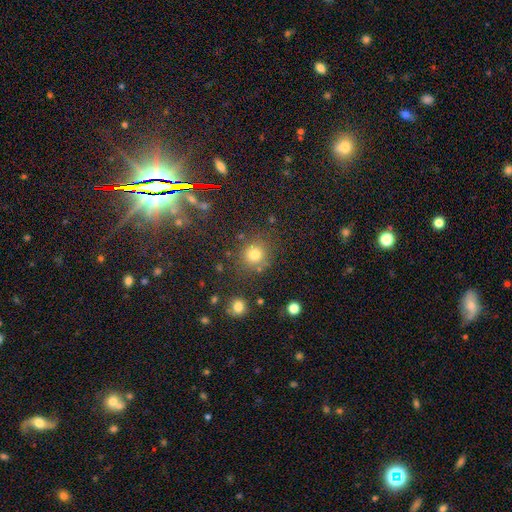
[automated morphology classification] A smooth galaxy with no disk features (71%) that is round (89%). Merging: none (82%).